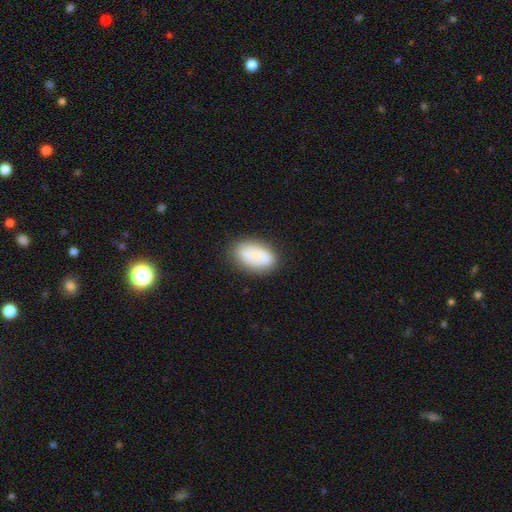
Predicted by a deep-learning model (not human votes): Smooth or featured? smooth (61%)
How rounded? in between (92%)
Merging? none (80%)